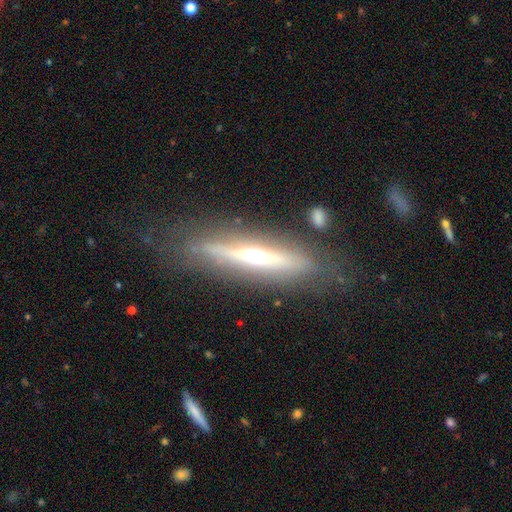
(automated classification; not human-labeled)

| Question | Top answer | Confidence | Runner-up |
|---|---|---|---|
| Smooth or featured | featured or disk | 74% | smooth (19%) |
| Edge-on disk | yes | 88% | no (12%) |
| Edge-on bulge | rounded | 84% | none (12%) |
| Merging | none | 77% | minor disturbance (15%) |